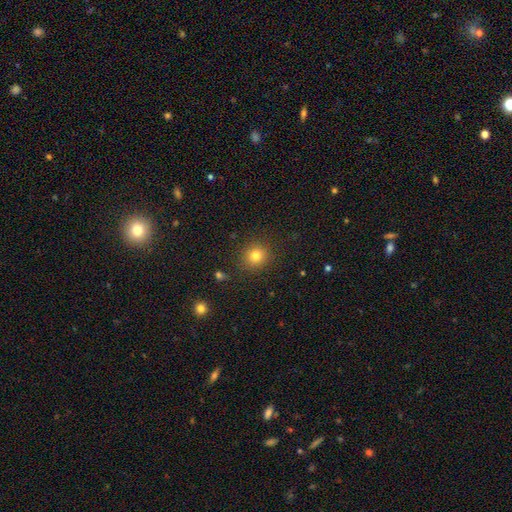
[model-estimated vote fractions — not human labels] The model was most divided on "smooth or featured": smooth: 80%, star or artifact: 13%, featured or disk: 7%. More confident: how rounded — round (90%); merging — none (89%).